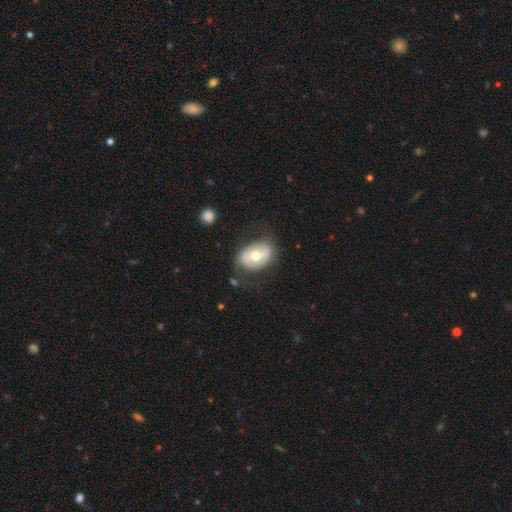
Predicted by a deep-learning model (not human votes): Q: Smooth or featured?
A: featured or disk (51%); runner-up: smooth (43%)
Q: Edge-on disk?
A: no (94%); runner-up: yes (6%)
Q: Merging?
A: none (66%); runner-up: minor disturbance (21%)